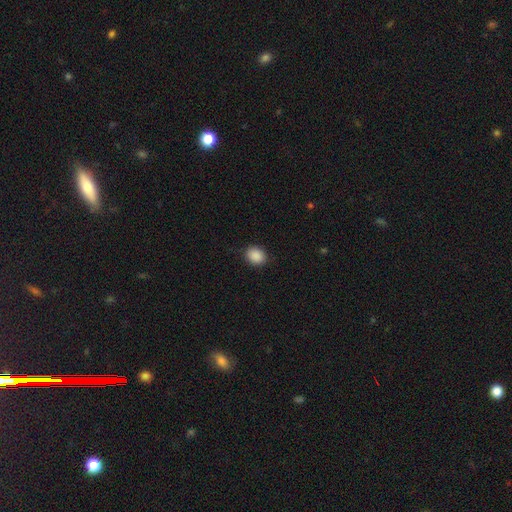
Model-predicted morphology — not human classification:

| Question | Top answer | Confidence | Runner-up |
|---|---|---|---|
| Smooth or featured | smooth | 89% | star or artifact (8%) |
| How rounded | round | 57% | in between (42%) |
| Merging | none | 87% | minor disturbance (9%) |